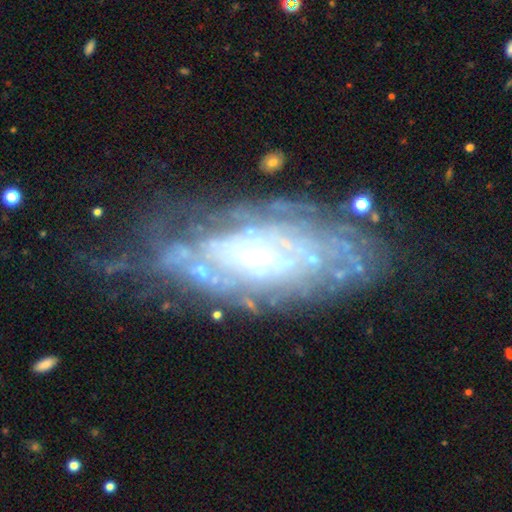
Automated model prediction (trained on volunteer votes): The model was most divided on "merging": none: 56%, minor disturbance: 25%, major disturbance: 15%, merger: 4%. More confident: edge-on disk — no (88%); smooth or featured — featured or disk (80%); spiral arms — yes (79%); spiral winding — tight (71%); bulge size — small (67%); spiral arm count — can't tell (63%); bar — no (61%).